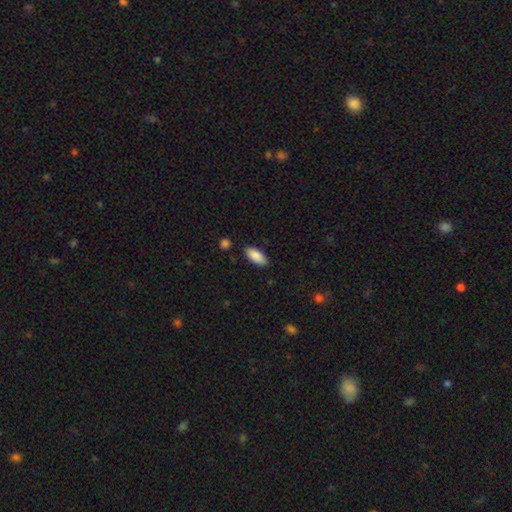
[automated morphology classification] Smooth or featured: smooth — 88% (star or artifact — 6%)
How rounded: in between — 89% (cigar-shaped — 9%)
Merging: none — 86% (minor disturbance — 10%)